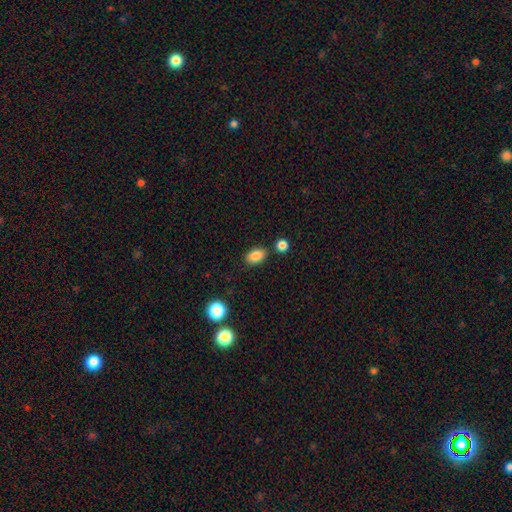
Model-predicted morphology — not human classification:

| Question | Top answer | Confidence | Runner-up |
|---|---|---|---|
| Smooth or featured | smooth | 86% | star or artifact (9%) |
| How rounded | in between | 86% | round (12%) |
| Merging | none | 80% | minor disturbance (11%) |